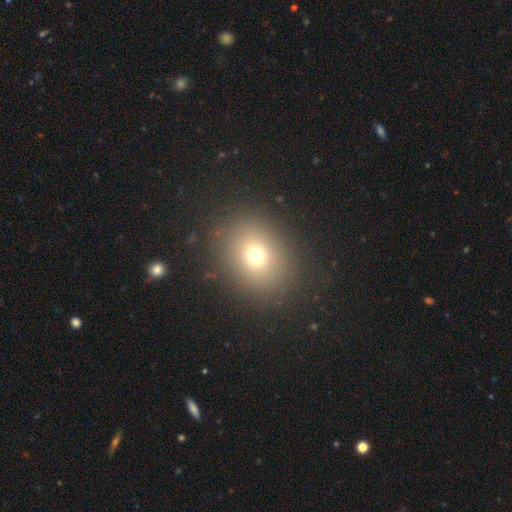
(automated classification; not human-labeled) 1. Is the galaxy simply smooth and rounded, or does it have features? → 71% smooth, 17% star or artifact, 11% featured or disk.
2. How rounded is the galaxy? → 58% round, 41% in between, 1% cigar-shaped.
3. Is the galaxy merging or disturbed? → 86% none, 8% minor disturbance, 5% major disturbance, 1% merger.